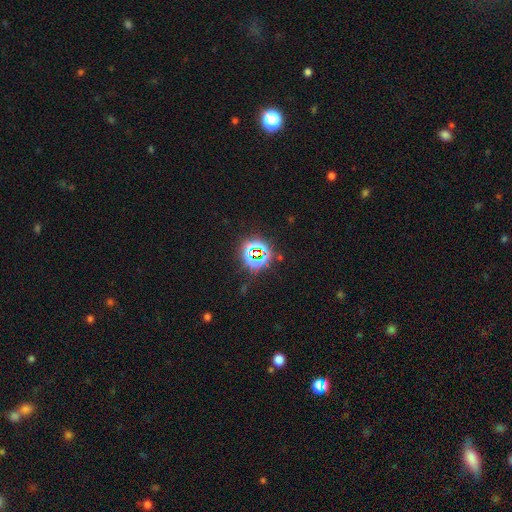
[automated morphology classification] smooth-or-featured: star or artifact: 76% | smooth: 15% | featured or disk: 9%